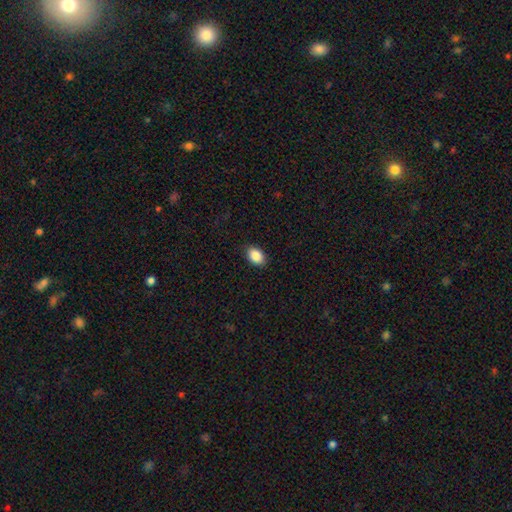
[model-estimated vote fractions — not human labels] Overall: smooth (89%). How rounded: in between (83%). Merging: none (88%).